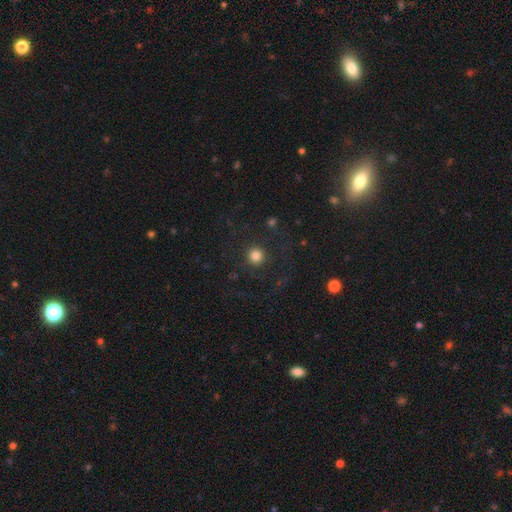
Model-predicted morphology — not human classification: This is likely a smooth galaxy (79%). How rounded: clearly round (95%). Merging: clearly none (84%).